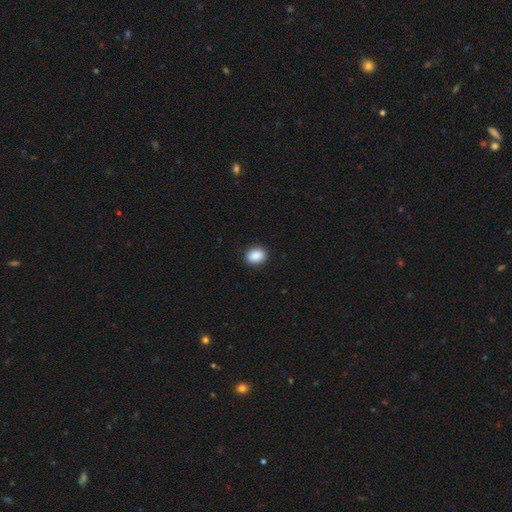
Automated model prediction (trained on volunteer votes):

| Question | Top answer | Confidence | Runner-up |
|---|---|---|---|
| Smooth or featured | smooth | 90% | star or artifact (7%) |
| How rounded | in between | 66% | round (33%) |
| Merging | none | 90% | minor disturbance (7%) |